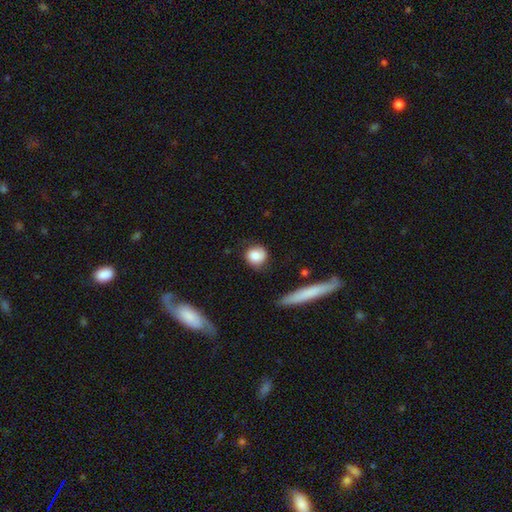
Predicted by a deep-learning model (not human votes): This appears to be a smooth galaxy with no disk features (79%) that is round (85%). Merging: none (72%).